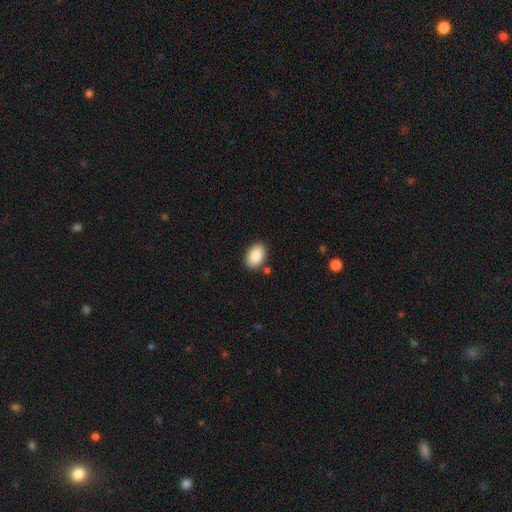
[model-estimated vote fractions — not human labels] Morphology: type=smooth (87%); roundness=in between (87%); merging=none (84%).